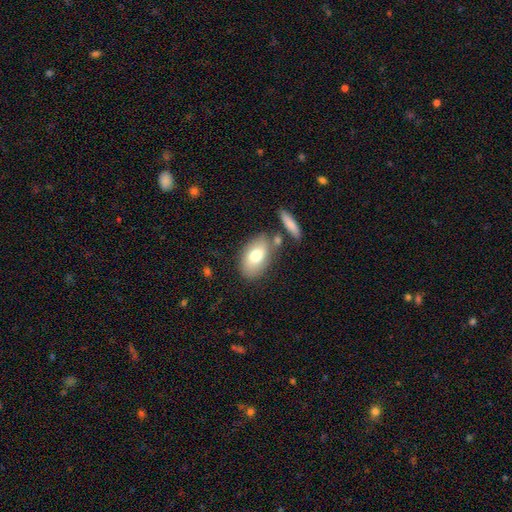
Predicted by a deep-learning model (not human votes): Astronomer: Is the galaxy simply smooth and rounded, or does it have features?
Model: smooth — 74%.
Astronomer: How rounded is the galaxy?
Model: in between — 90%.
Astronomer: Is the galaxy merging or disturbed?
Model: none — 69%.